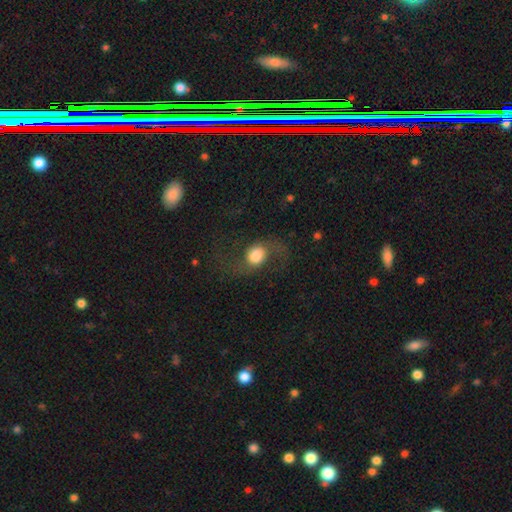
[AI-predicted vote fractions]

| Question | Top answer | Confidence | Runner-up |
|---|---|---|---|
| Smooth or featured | featured or disk | 47% | smooth (43%) |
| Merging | none | 53% | major disturbance (27%) |